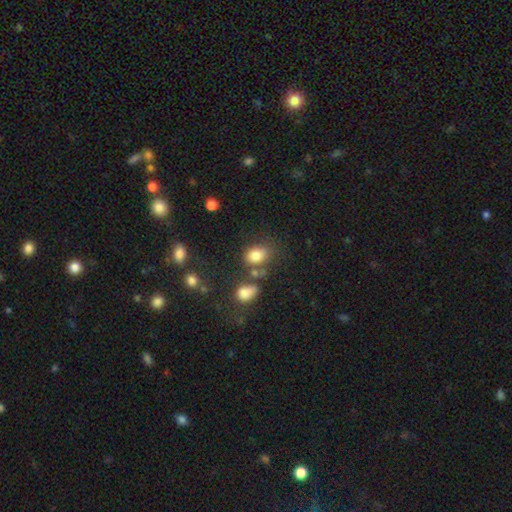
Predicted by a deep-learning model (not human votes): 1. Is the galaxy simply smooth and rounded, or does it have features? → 81% smooth, 11% star or artifact, 8% featured or disk.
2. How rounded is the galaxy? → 71% in between, 27% round, 1% cigar-shaped.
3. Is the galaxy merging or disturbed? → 55% none, 19% minor disturbance, 18% merger, 8% major disturbance.